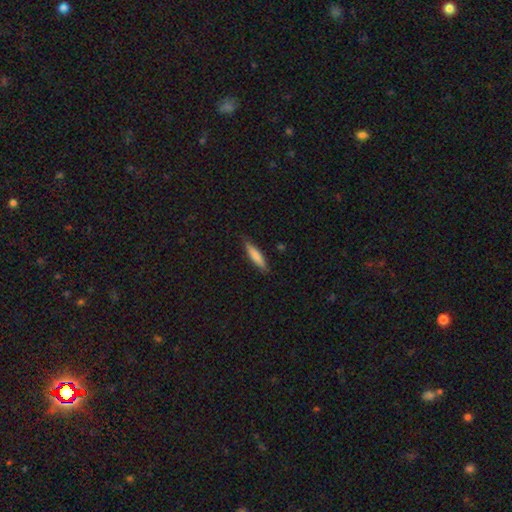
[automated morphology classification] smooth-or-featured: smooth: 79% | featured or disk: 15% | star or artifact: 6%
  how-rounded: cigar-shaped: 81% | in between: 18% | round: 1%
  merging: none: 84% | minor disturbance: 13% | major disturbance: 2% | merger: 1%